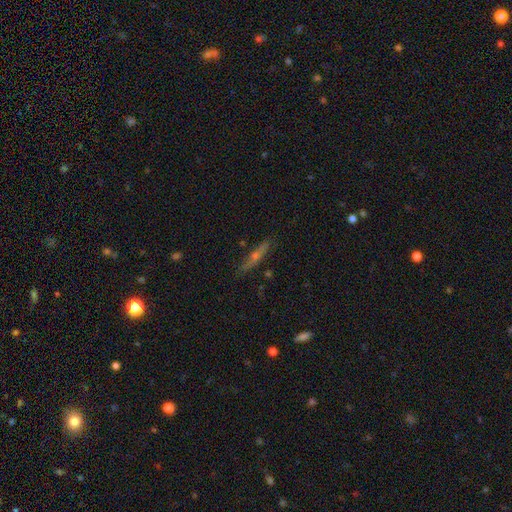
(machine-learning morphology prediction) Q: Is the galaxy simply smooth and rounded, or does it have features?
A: featured or disk — 62%.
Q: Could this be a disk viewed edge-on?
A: yes — 93%.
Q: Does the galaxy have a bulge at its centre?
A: rounded — 81%.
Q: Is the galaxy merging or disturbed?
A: none — 86%.